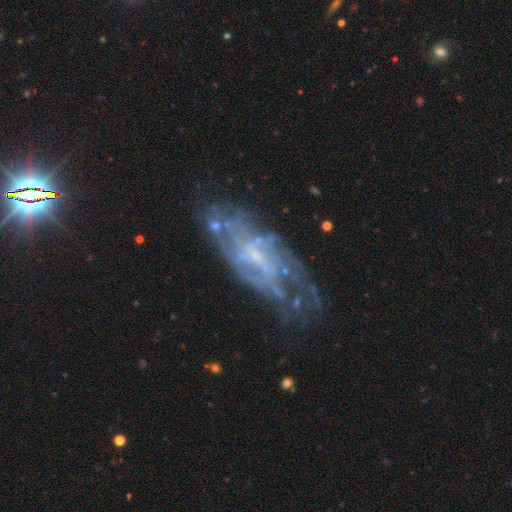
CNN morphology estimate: This is likely a featured or disk galaxy (78%). It is clearly not viewed edge-on (90%). Bar: possibly no (46%). Spiral arm pattern: likely yes (77%). Spiral arm count: possibly can't tell (59%). Spiral winding: marginally tight (44%). Central bulge: possibly small (54%). Merging: likely none (60%).